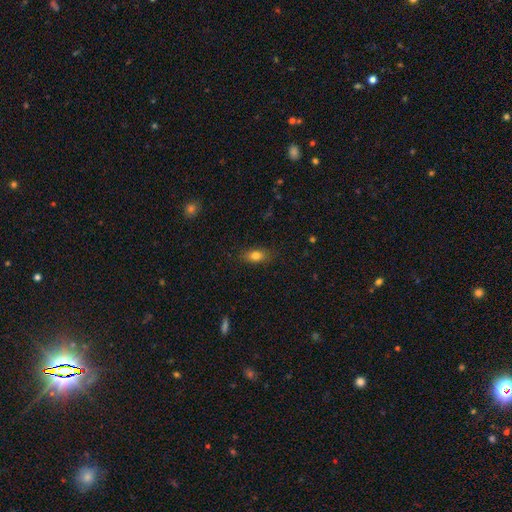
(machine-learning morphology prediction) Q: Smooth or featured?
A: smooth (80%); runner-up: featured or disk (11%)
Q: How rounded?
A: in between (81%); runner-up: round (10%)
Q: Merging?
A: none (84%); runner-up: minor disturbance (12%)